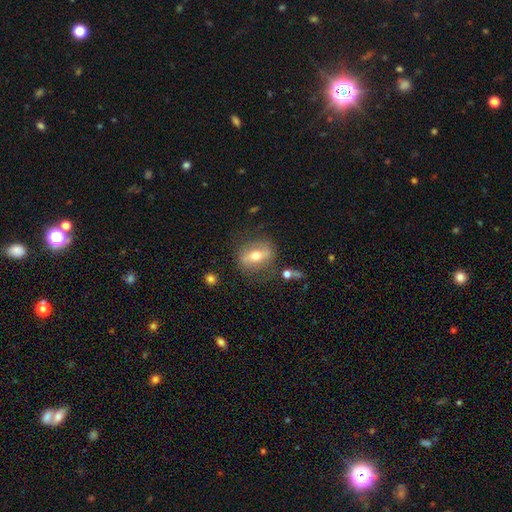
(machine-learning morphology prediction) This is possibly a featured or disk galaxy (53%). It is likely not viewed edge-on (72%). Merging: likely none (76%).